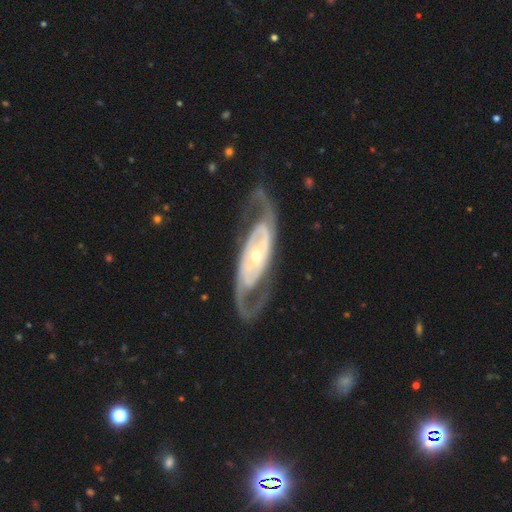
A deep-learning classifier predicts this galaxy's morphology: The model was most divided on "spiral winding": medium: 42%, tight: 38%, loose: 20%. More confident: spiral arms — yes (92%); edge-on disk — no (91%); smooth or featured — featured or disk (90%); spiral arm count — 2 (87%); merging — none (74%); bar — no (61%); bulge size — small (57%).